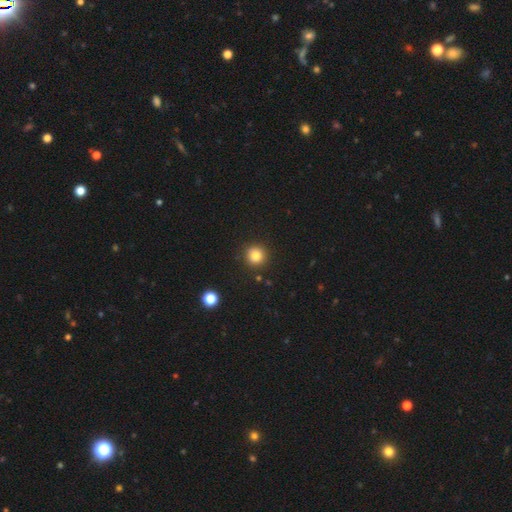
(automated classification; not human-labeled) Smooth or featured? Predicted: smooth (p=0.83). How rounded? Predicted: round (p=0.94). Merging? Predicted: none (p=0.90).